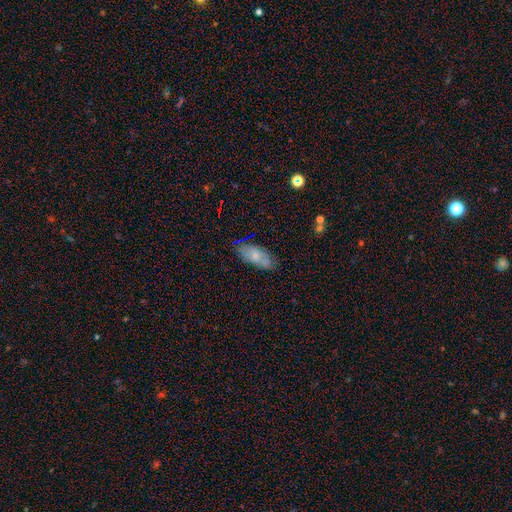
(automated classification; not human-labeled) Smooth or featured: smooth — 65% (featured or disk — 26%)
How rounded: in between — 86% (cigar-shaped — 11%)
Merging: none — 74% (minor disturbance — 19%)